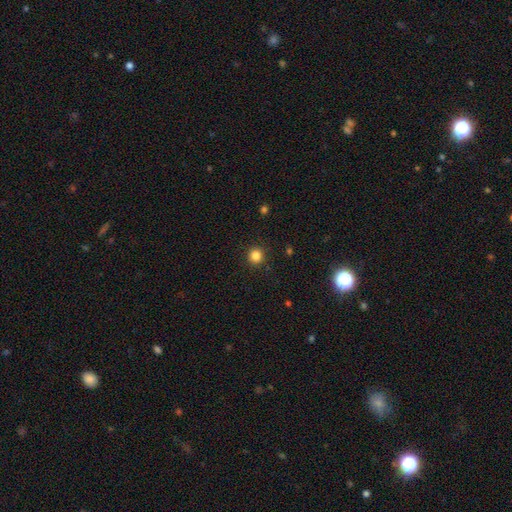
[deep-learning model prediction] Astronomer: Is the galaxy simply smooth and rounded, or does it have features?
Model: smooth — 84%.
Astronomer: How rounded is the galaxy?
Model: round — 94%.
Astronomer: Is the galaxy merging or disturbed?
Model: none — 91%.